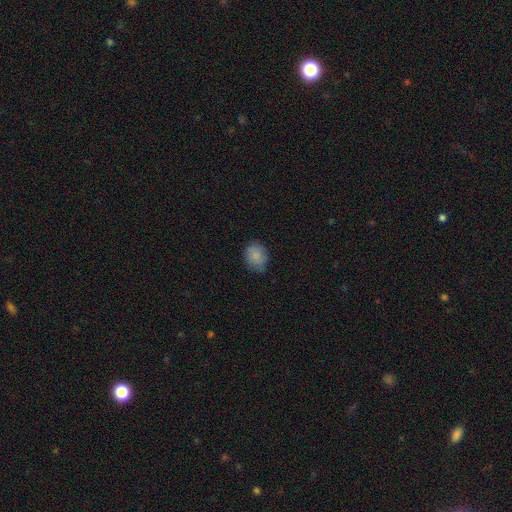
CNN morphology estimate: type=smooth (86%); roundness=in between (53%); merging=none (76%).